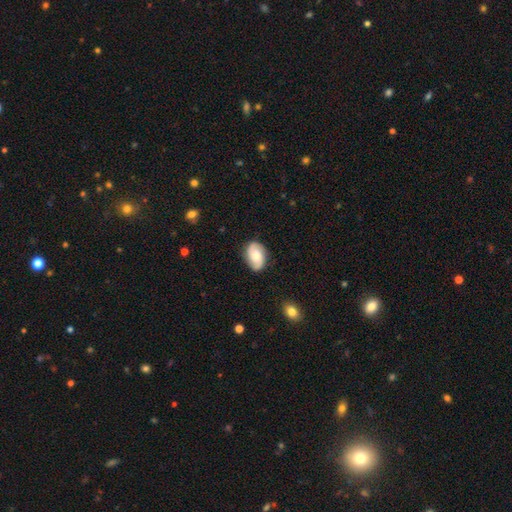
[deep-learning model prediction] smooth_or_featured: featured or disk (p=0.47) [alt: smooth p=0.46]
merging: none (p=0.81) [alt: minor disturbance p=0.15]